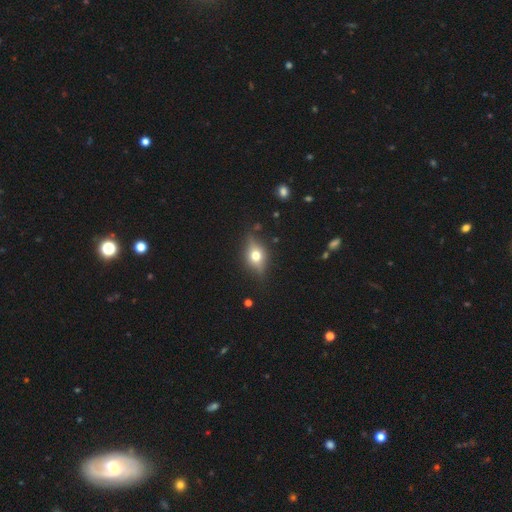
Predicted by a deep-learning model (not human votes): Overall: smooth (48%; featured or disk 41%). Merging: none (80%).